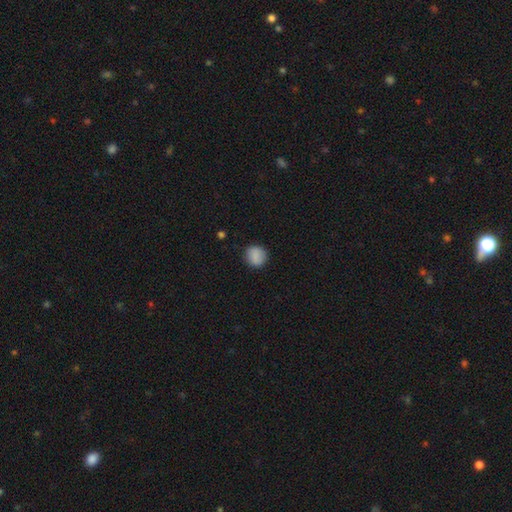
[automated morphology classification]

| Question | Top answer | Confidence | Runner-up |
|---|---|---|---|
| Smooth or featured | smooth | 86% | star or artifact (8%) |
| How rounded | round | 87% | in between (12%) |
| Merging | none | 87% | minor disturbance (9%) |